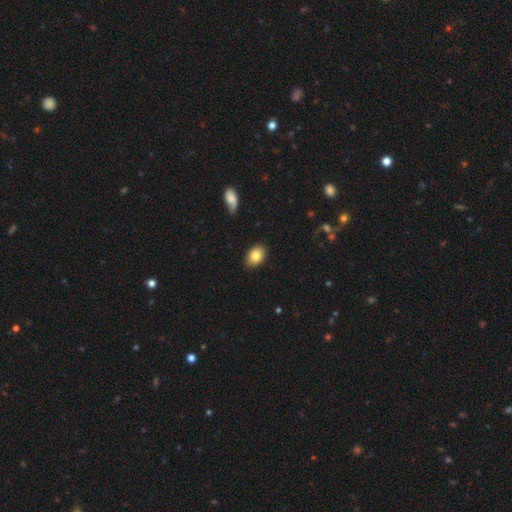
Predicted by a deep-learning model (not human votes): The model was most divided on "how rounded": in between: 83%, round: 16%, cigar-shaped: 1%. More confident: merging — none (87%); smooth or featured — smooth (83%).